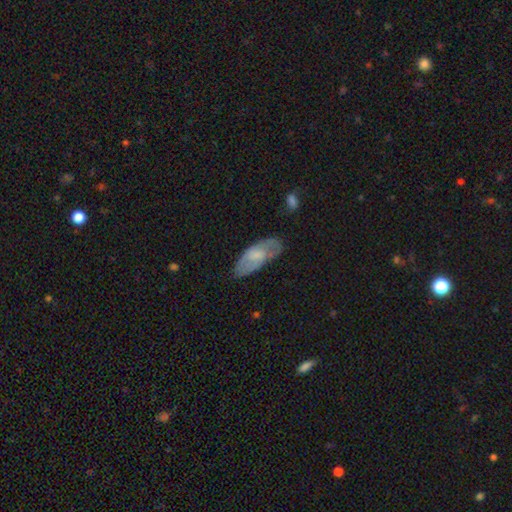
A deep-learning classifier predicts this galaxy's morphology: Smooth or featured? Predicted: smooth (p=0.54). How rounded? Predicted: in between (p=0.82). Merging? Predicted: none (p=0.66).